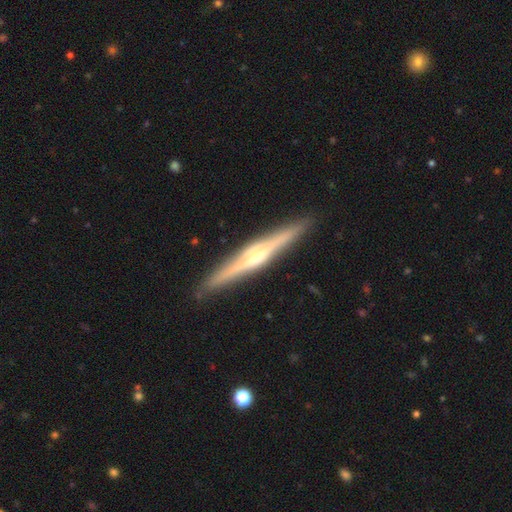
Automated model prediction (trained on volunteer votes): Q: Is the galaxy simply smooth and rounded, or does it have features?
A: featured or disk — 80%.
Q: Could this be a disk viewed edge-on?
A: yes — 98%.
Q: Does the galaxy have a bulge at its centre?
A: rounded — 79%.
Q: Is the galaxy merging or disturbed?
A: none — 91%.